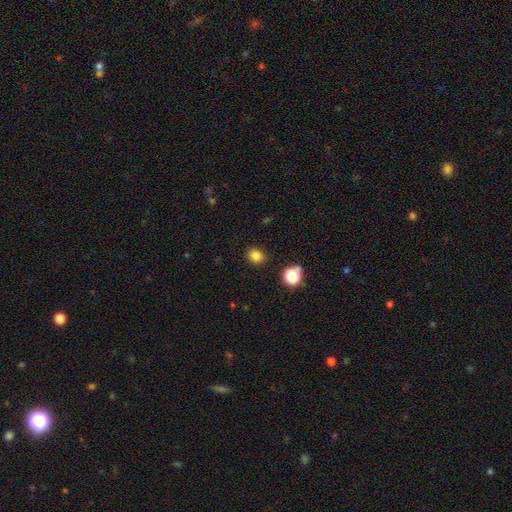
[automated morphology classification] This appears to be a smooth galaxy with no disk features (82%) that is round (72%). Merging: none (89%).